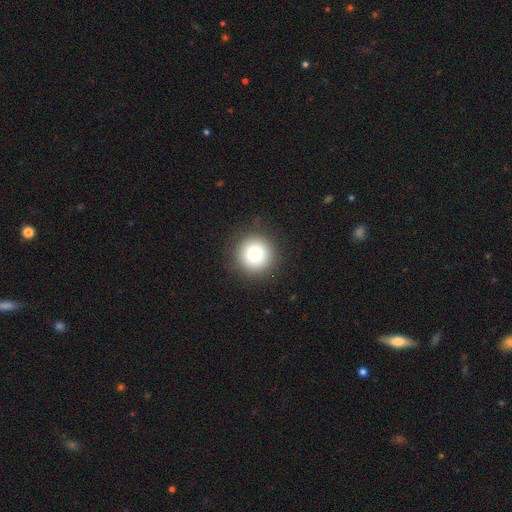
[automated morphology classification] Smooth or featured?
  - smooth: 80% *
  - star or artifact: 11%
  - featured or disk: 8%
How rounded?
  - round: 96% *
  - in between: 3%
  - cigar-shaped: 1%
Merging?
  - none: 90% *
  - minor disturbance: 6%
  - major disturbance: 2%
  - merger: 1%